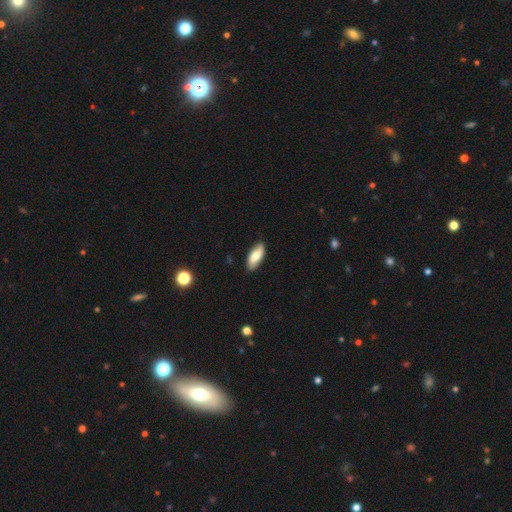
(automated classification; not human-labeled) This is likely a smooth galaxy (73%). How rounded: clearly in between (83%). Merging: clearly none (84%).